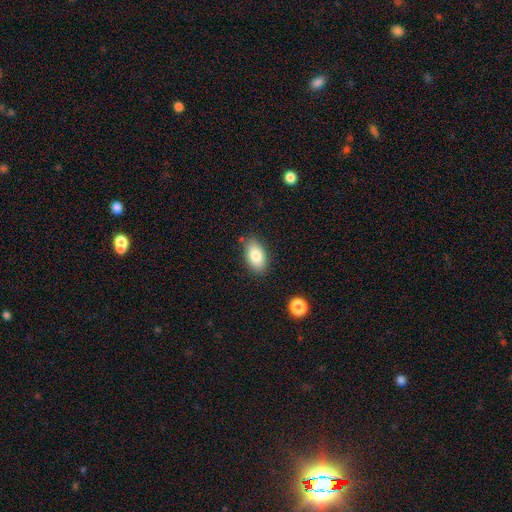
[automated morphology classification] This appears to be a smooth galaxy with no disk features (82%) that is in between round and cigar-shaped (92%). Merging: none (83%).